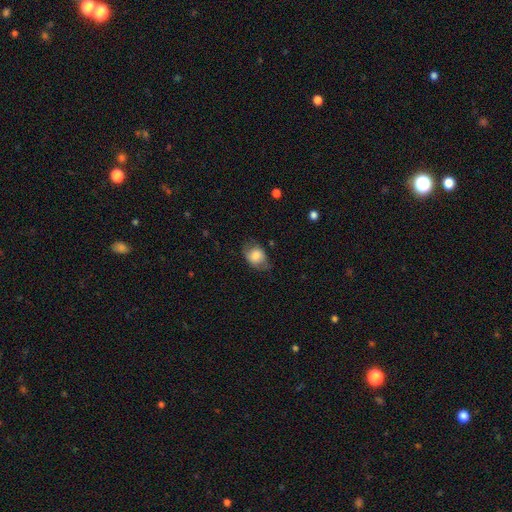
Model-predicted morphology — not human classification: Overall: smooth (76%). How rounded: in between (65%; round 34%). Merging: none (66%).